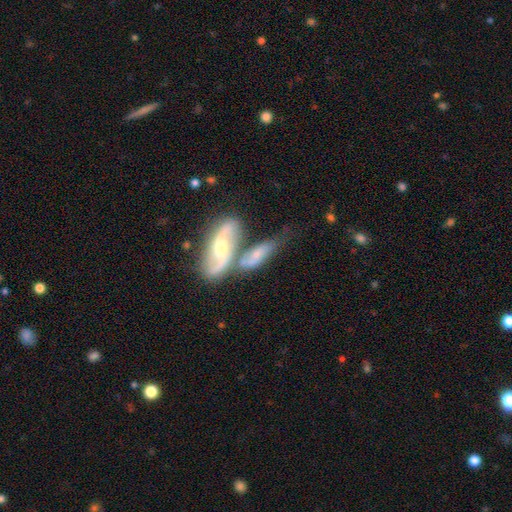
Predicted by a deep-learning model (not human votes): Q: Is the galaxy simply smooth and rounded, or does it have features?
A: featured or disk — 53%.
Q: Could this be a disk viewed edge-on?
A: no — 74%.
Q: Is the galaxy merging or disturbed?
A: merger — 52%.